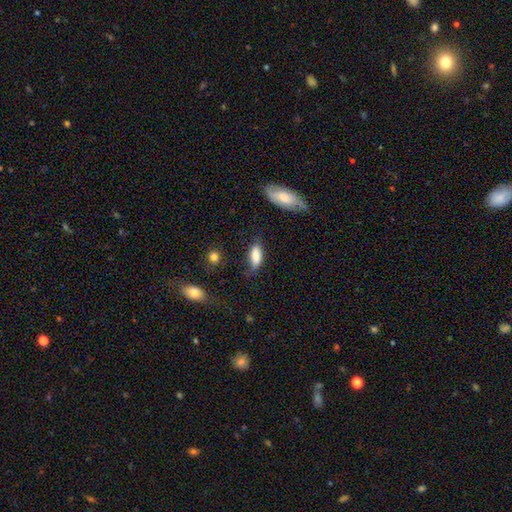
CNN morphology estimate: A smooth galaxy with no disk features (83%) that is in between round and cigar-shaped (78%).

Vote fractions:
- Smooth or featured? smooth: 83% / featured or disk: 11% / star or artifact: 7%
- How rounded? in between: 78% / cigar-shaped: 19% / round: 3%
- Merging? none: 56% / minor disturbance: 31% / major disturbance: 9% / merger: 3%